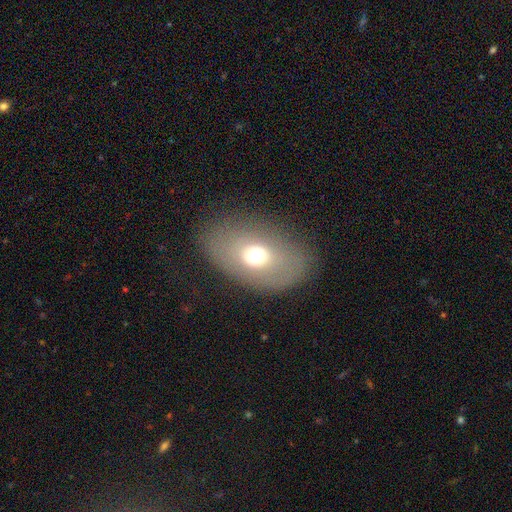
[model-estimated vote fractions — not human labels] This is possibly a smooth galaxy (58%). How rounded: likely in between (79%). Merging: clearly none (81%).